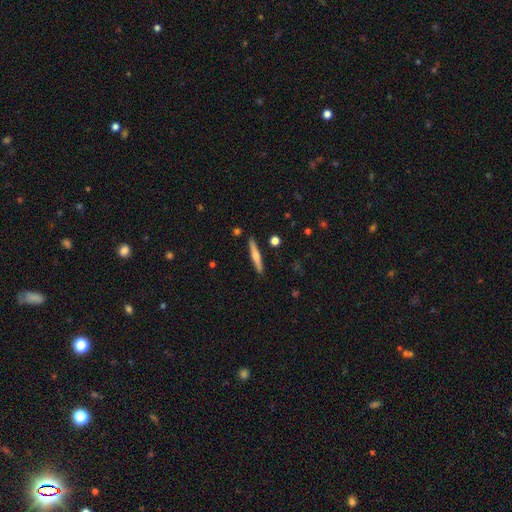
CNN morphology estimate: This is possibly a smooth galaxy (49%). Merging: clearly none (90%).